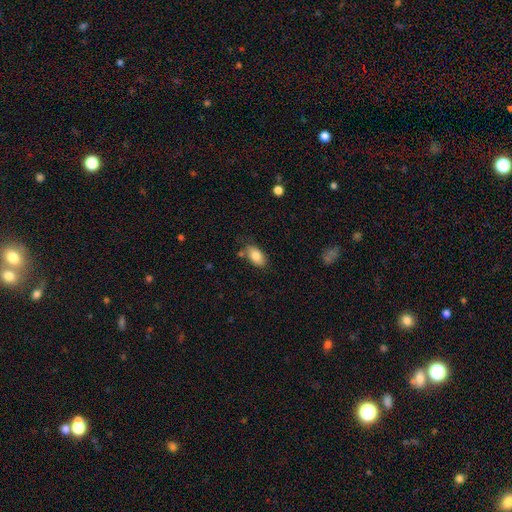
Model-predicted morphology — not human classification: Smooth or featured?
  - smooth: 83% *
  - featured or disk: 9%
  - star or artifact: 7%
How rounded?
  - in between: 92% *
  - round: 5%
  - cigar-shaped: 3%
Merging?
  - none: 74% *
  - minor disturbance: 16%
  - merger: 7%
  - major disturbance: 4%